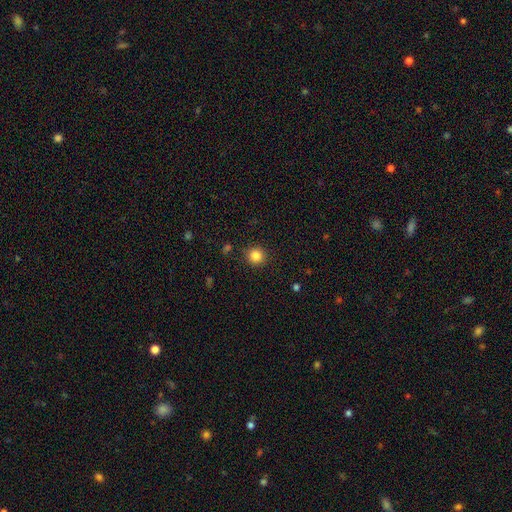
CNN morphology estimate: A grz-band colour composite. It shows a smooth galaxy with no disk features (84%) that is round (92%). Merging: none (89%).